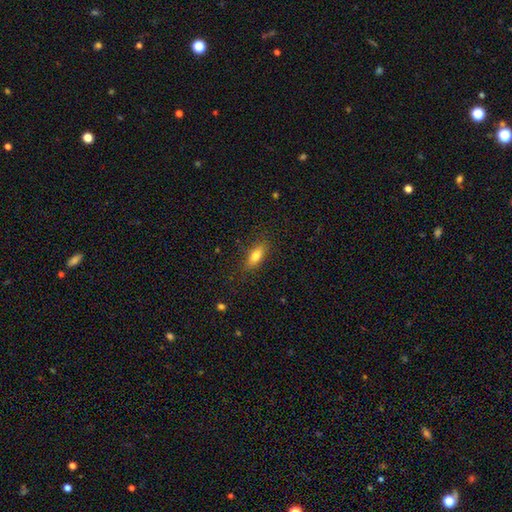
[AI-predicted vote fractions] The model was most divided on "how rounded": in between: 74%, cigar-shaped: 22%, round: 4%. More confident: merging — none (81%); smooth or featured — smooth (77%).